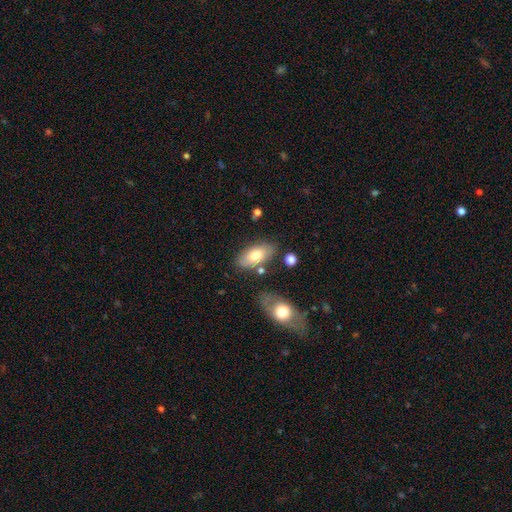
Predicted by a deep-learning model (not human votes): This is likely a smooth galaxy (71%). How rounded: clearly in between (91%). Merging: likely none (74%).